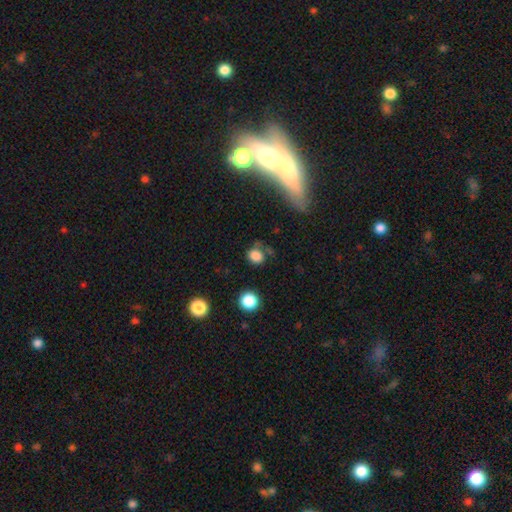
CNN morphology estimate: The model was most divided on "merging": none: 58%, minor disturbance: 22%, major disturbance: 13%, merger: 6%. More confident: smooth or featured — smooth (80%); how rounded — round (68%).